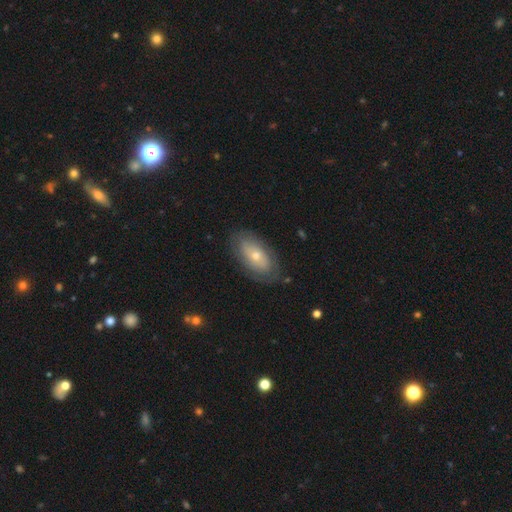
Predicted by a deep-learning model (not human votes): smooth_or_featured: smooth (p=0.50) [alt: featured or disk p=0.44]
how_rounded: in between (p=0.91) [alt: round p=0.05]
merging: none (p=0.78) [alt: minor disturbance p=0.16]